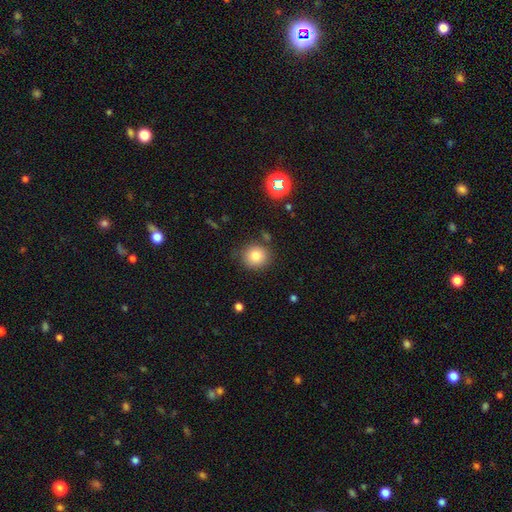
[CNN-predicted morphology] smooth_or_featured: smooth (p=0.80) [alt: star or artifact p=0.12]
how_rounded: round (p=0.89) [alt: in between p=0.10]
merging: none (p=0.81) [alt: minor disturbance p=0.12]